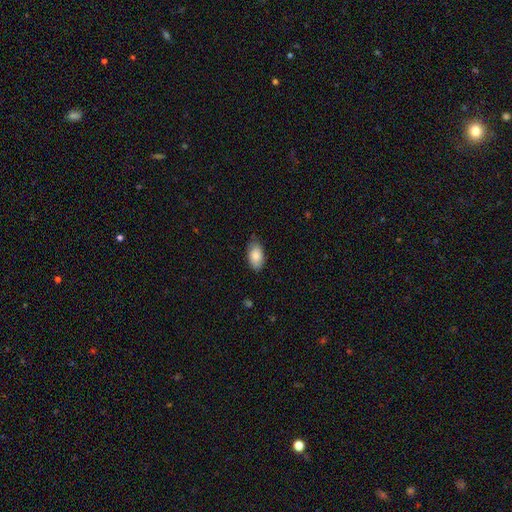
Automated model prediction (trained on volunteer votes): Morphology: type=smooth (85%); roundness=in between (94%); merging=none (81%).